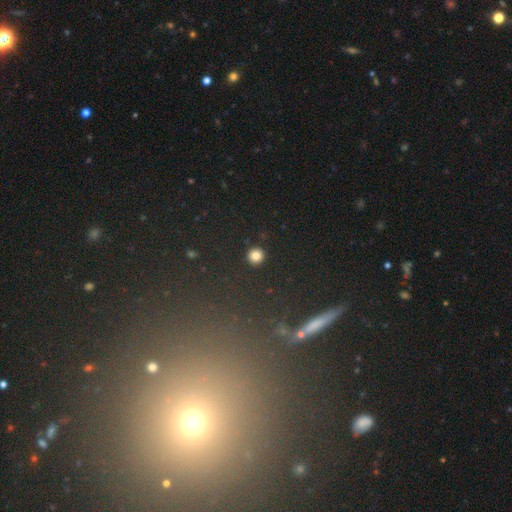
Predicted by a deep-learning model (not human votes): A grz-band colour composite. It shows a smooth galaxy with no disk features (83%) that is round (94%). Merging: none (92%).